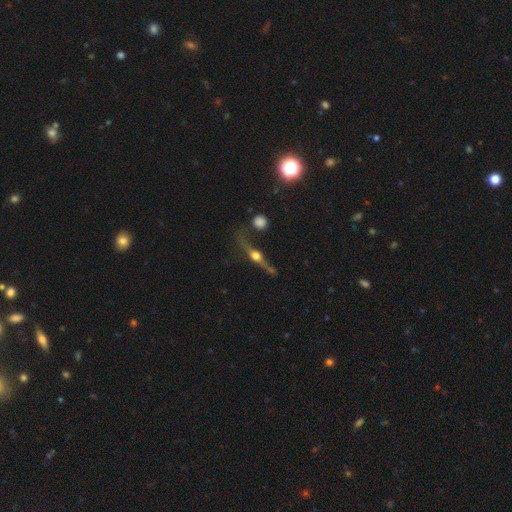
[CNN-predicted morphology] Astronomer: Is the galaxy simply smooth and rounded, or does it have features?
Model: featured or disk — 82%.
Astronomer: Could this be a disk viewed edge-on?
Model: yes — 92%.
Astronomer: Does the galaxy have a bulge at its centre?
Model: rounded — 96%.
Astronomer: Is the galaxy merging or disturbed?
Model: none — 71%.